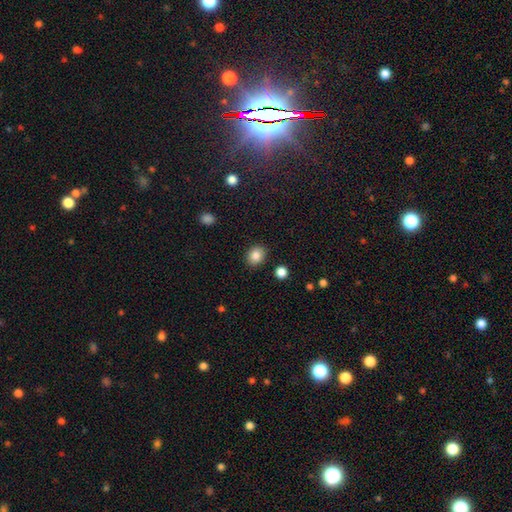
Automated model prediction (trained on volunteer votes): A smooth galaxy with no disk features (85%) that is round (61%). Merging: none (88%).